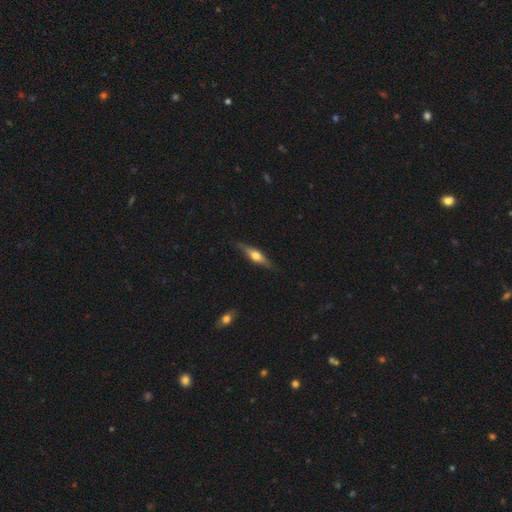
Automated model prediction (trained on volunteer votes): Smooth or featured?
  - featured or disk: 59% *
  - smooth: 35%
  - star or artifact: 6%
Edge-on disk?
  - yes: 94% *
  - no: 6%
Edge-on bulge?
  - rounded: 93% *
  - boxy: 4%
  - none: 3%
Merging?
  - none: 86% *
  - minor disturbance: 11%
  - major disturbance: 2%
  - merger: 1%